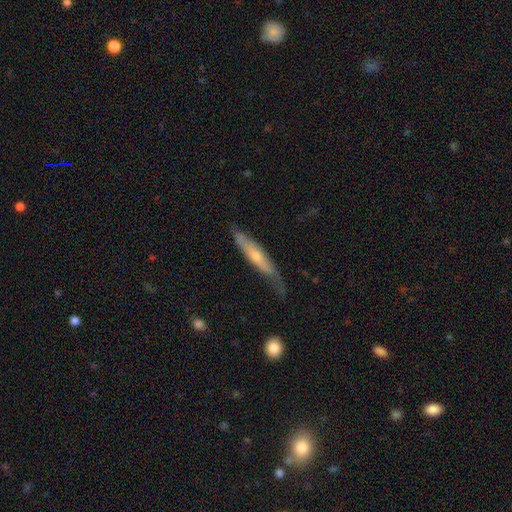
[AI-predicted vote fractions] The model was most divided on "smooth or featured": featured or disk: 55%, smooth: 39%, star or artifact: 6%. More confident: edge-on disk — yes (74%); merging — none (59%).